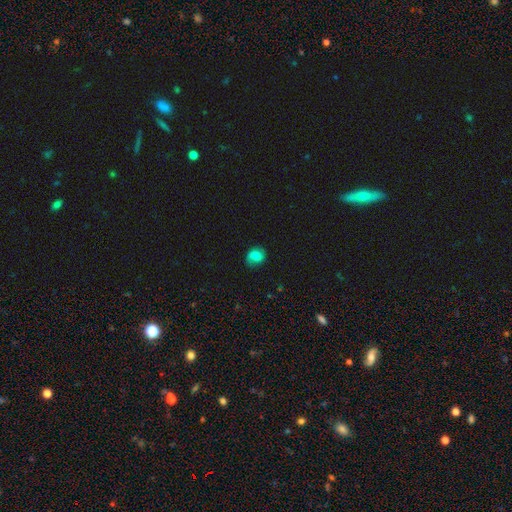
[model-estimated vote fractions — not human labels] Smooth or featured? Predicted: smooth (p=0.67). How rounded? Predicted: round (p=0.63). Merging? Predicted: none (p=0.76).